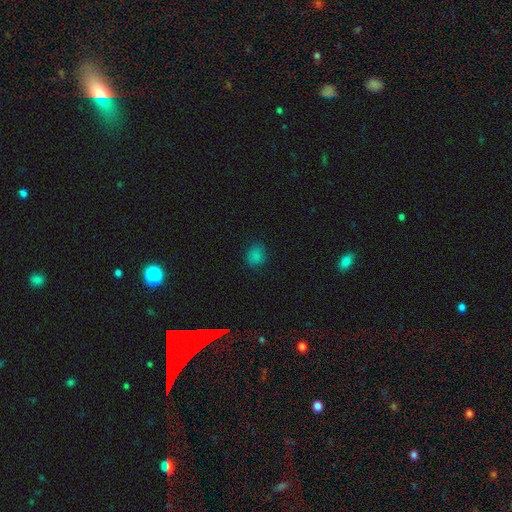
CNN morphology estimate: smooth_or_featured: smooth (p=0.80) [alt: star or artifact p=0.16]
how_rounded: round (p=0.76) [alt: in between p=0.23]
merging: none (p=0.83) [alt: minor disturbance p=0.13]